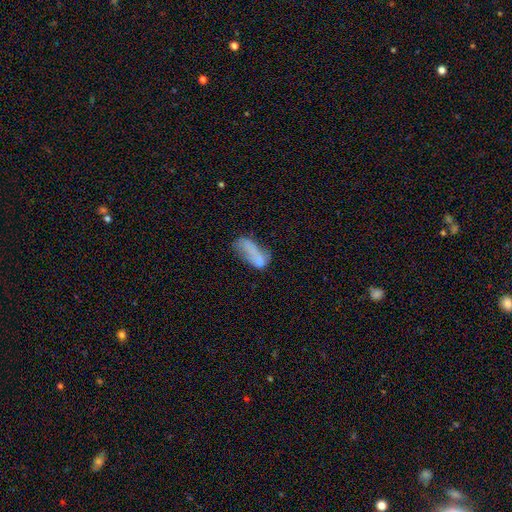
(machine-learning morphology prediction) This is likely a smooth galaxy (61%). How rounded: likely in between (78%). Merging: marginally major disturbance (30%).